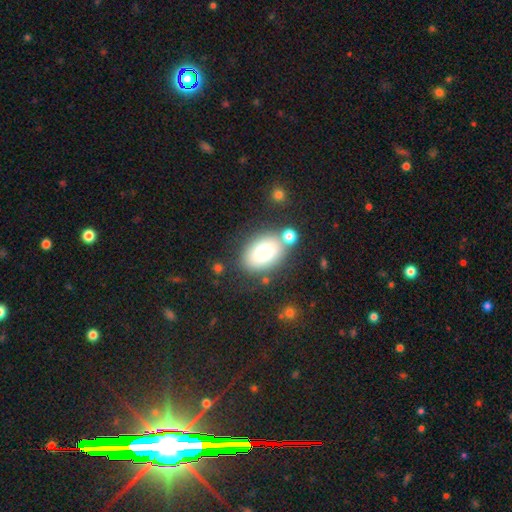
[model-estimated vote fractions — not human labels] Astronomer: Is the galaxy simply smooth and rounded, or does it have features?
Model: smooth — 79%.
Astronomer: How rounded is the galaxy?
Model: in between — 87%.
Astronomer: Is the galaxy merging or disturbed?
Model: none — 73%.